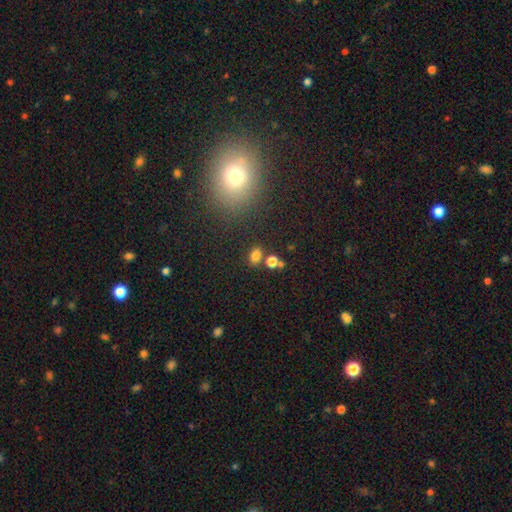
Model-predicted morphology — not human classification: Smooth or featured? smooth (79%)
How rounded? in between (67%)
Merging? none (72%)